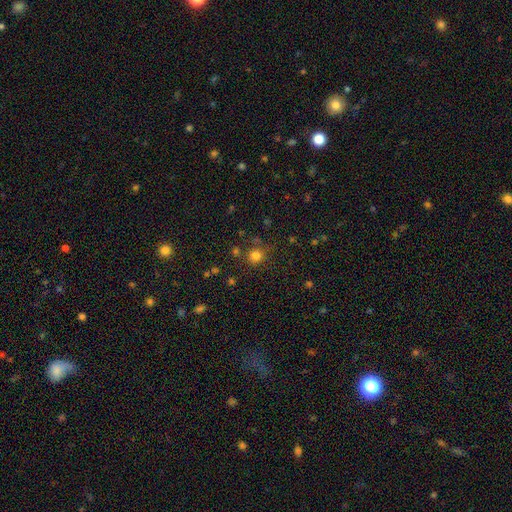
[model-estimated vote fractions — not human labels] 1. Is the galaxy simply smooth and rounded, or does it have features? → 79% smooth, 16% star or artifact, 5% featured or disk.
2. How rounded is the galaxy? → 90% round, 9% in between, 1% cigar-shaped.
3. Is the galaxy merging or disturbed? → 78% none, 11% minor disturbance, 7% merger, 4% major disturbance.